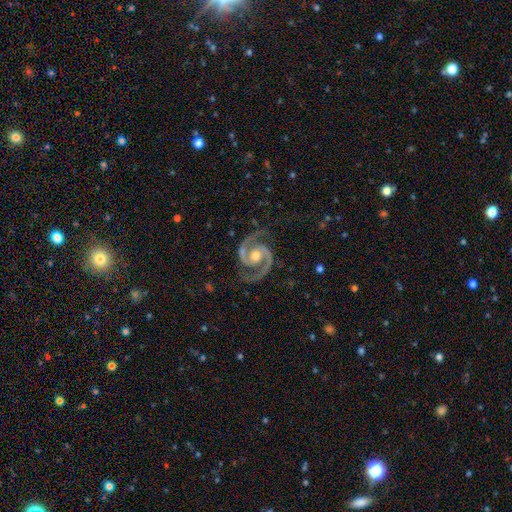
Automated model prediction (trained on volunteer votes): A featured or disk galaxy (94%) with no bar (58%), 2 (95%) medium (63%) spiral arms (99%) and a moderate central bulge (74%).

Vote fractions:
- Smooth or featured? featured or disk: 94% / star or artifact: 4% / smooth: 2%
- Edge-on disk? no: 98% / yes: 2%
- Bar? no: 58% / weak: 30% / strong: 12%
- Spiral arms? yes: 99% / no: 1%
- Spiral winding? medium: 63% / tight: 30% / loose: 7%
- Spiral arm count? 2: 95% / 3: 1% / can't tell: 1% / 1: 1% / 4: 1% / more than 4: 1%
- Bulge size? moderate: 74% / small: 18% / large: 6% / none: 2% / dominant: 1%
- Merging? none: 82% / minor disturbance: 13% / major disturbance: 4% / merger: 1%